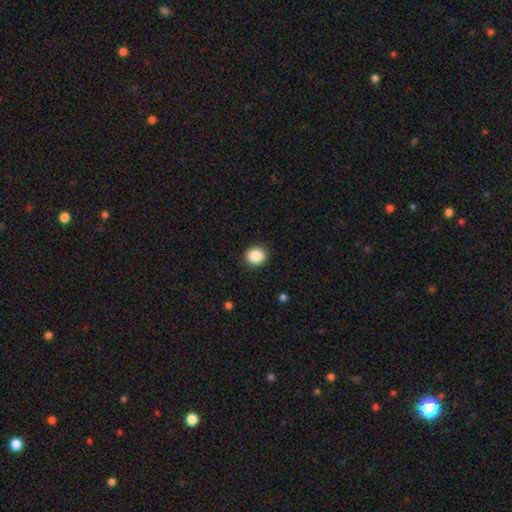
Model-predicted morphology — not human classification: Smooth or featured?
  - smooth: 87% *
  - star or artifact: 9%
  - featured or disk: 4%
How rounded?
  - round: 77% *
  - in between: 23%
  - cigar-shaped: 1%
Merging?
  - none: 90% *
  - minor disturbance: 7%
  - major disturbance: 2%
  - merger: 1%